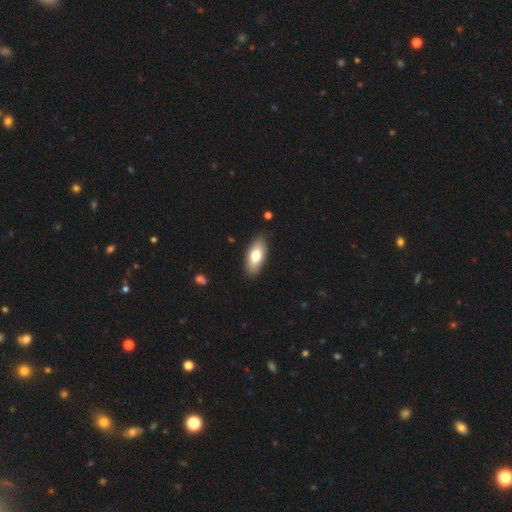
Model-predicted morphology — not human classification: Smooth or featured?
  - smooth: 74% *
  - featured or disk: 20%
  - star or artifact: 6%
How rounded?
  - in between: 89% *
  - cigar-shaped: 8%
  - round: 3%
Merging?
  - none: 88% *
  - minor disturbance: 9%
  - major disturbance: 2%
  - merger: 1%